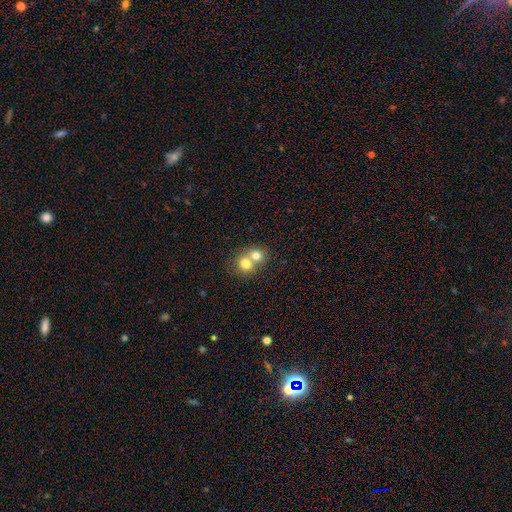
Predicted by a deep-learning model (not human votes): Morphology: type=smooth (74%); roundness=round (74%); merging=merger (70%).